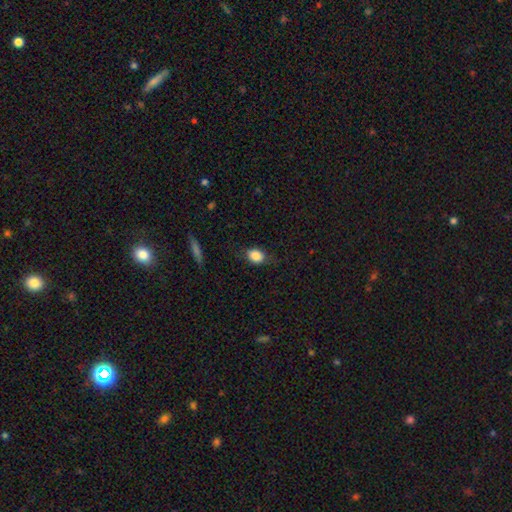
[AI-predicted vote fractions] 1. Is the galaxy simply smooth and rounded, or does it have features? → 85% smooth, 9% star or artifact, 7% featured or disk.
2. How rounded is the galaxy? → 62% in between, 36% round, 2% cigar-shaped.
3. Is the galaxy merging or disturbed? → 74% none, 19% minor disturbance, 6% major disturbance, 1% merger.